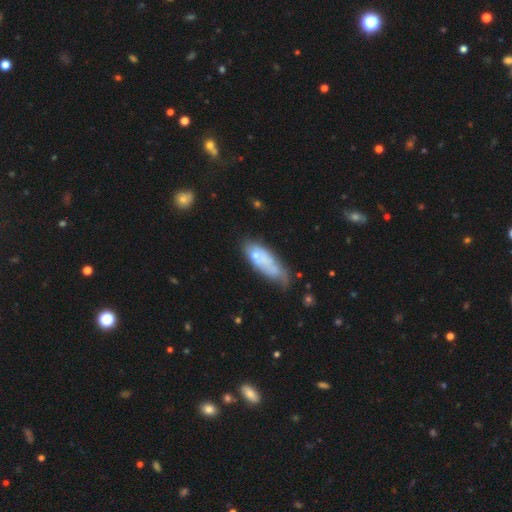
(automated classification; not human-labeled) A smooth galaxy with no disk features (56%) that is in between round and cigar-shaped (64%). Merging: none (36%).